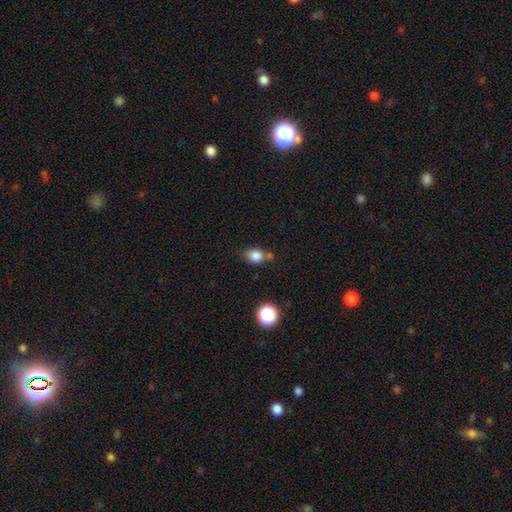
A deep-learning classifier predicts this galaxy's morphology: The model was most divided on "how rounded": round: 55%, in between: 44%, cigar-shaped: 1%. More confident: smooth or featured — smooth (83%); merging — none (60%).